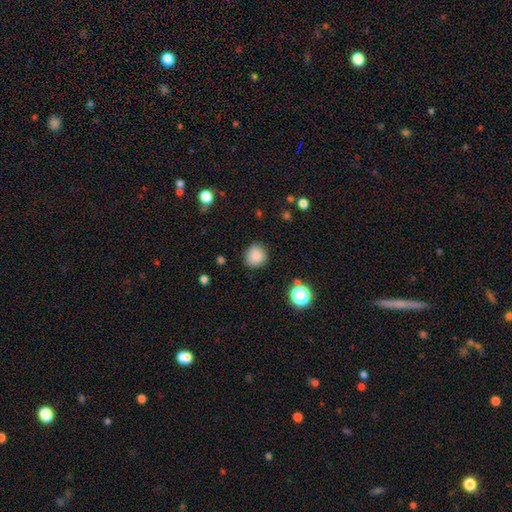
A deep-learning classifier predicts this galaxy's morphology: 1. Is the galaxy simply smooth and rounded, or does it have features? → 86% smooth, 10% star or artifact, 4% featured or disk.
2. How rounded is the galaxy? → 89% round, 10% in between, 1% cigar-shaped.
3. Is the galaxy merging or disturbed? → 87% none, 9% minor disturbance, 3% major disturbance, 1% merger.